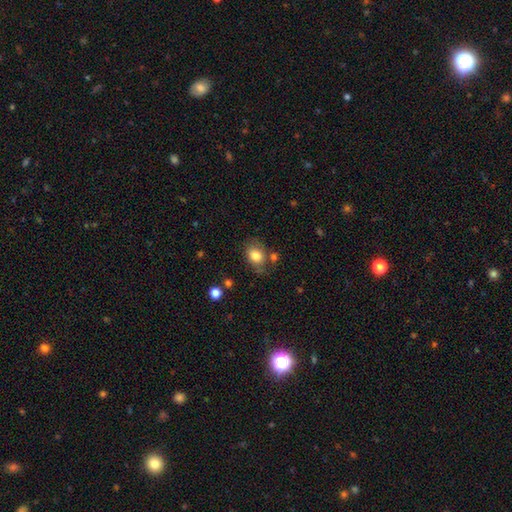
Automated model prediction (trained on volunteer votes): Smooth or featured? Predicted: smooth (p=0.81). How rounded? Predicted: in between (p=0.63). Merging? Predicted: none (p=0.67).